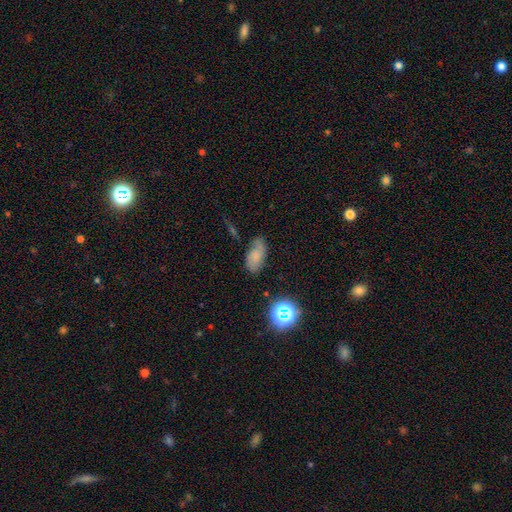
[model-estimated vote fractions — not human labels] A smooth galaxy with no disk features (58%) that is in between round and cigar-shaped (90%). Merging: none (67%).